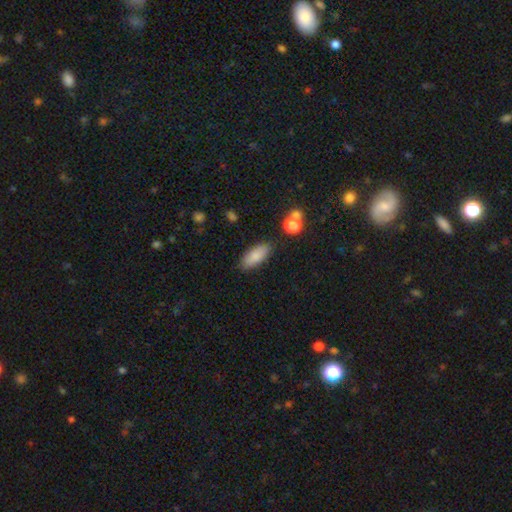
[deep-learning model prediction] Morphology: type=smooth (85%); roundness=in between (76%); merging=none (84%).